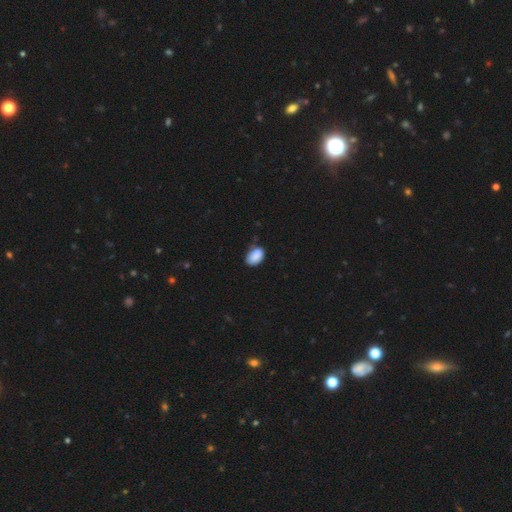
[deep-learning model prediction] A smooth galaxy with no disk features (87%) that is in between round and cigar-shaped (86%).

Vote fractions:
- Smooth or featured? smooth: 87% / star or artifact: 8% / featured or disk: 5%
- How rounded? in between: 86% / round: 12% / cigar-shaped: 1%
- Merging? none: 66% / minor disturbance: 26% / major disturbance: 4% / merger: 3%